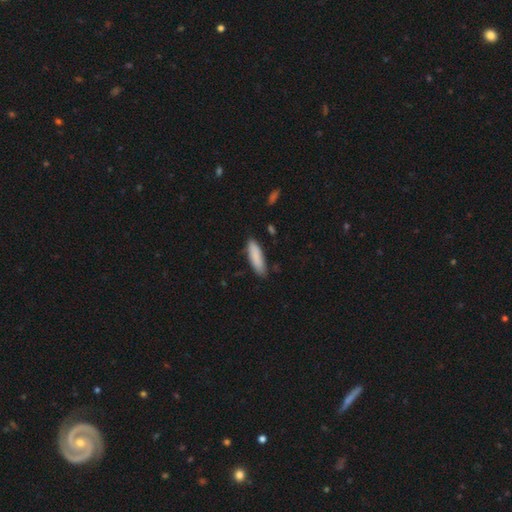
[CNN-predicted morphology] This appears to be a smooth galaxy with no disk features (88%) that is cigar-shaped (59%). Merging: none (84%).